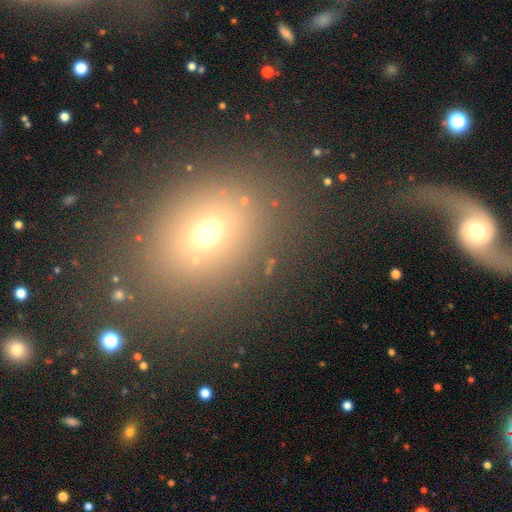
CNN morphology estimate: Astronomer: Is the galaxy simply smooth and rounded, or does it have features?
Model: smooth — 54%.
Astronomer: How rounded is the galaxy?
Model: round — 51% (runner-up: in between, 47%).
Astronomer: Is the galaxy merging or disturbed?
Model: none — 65%.